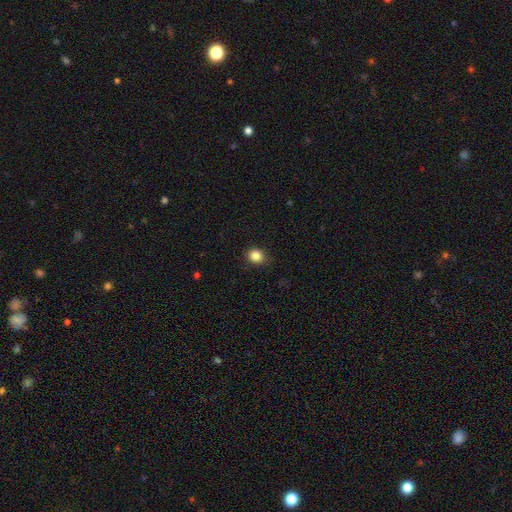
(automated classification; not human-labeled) A smooth galaxy with no disk features (85%) that is round (68%). Merging: none (86%).